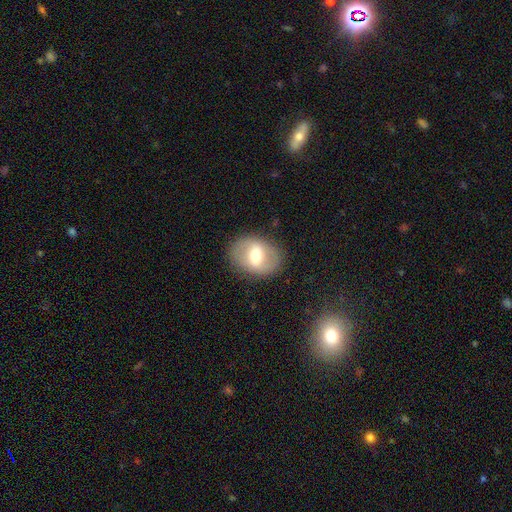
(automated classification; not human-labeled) Smooth or featured? smooth (48%)
Merging? none (84%)